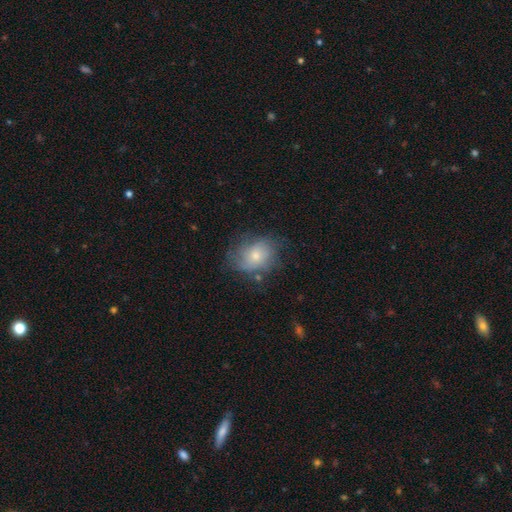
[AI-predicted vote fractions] smooth-or-featured: smooth: 54% | featured or disk: 37% | star or artifact: 9%
  how-rounded: in between: 52% | round: 47% | cigar-shaped: 1%
  merging: none: 59% | minor disturbance: 26% | major disturbance: 13% | merger: 3%